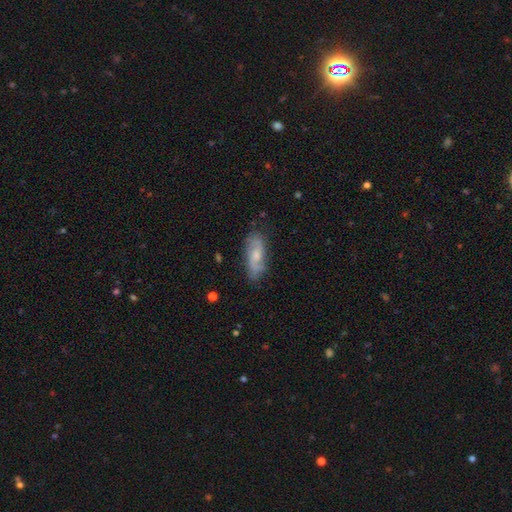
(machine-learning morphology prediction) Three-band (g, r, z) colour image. It shows a featured or disk galaxy (61%) with no bar (56%), spiral arms (90%) and a moderate central bulge (48%). Merging: none (74%).